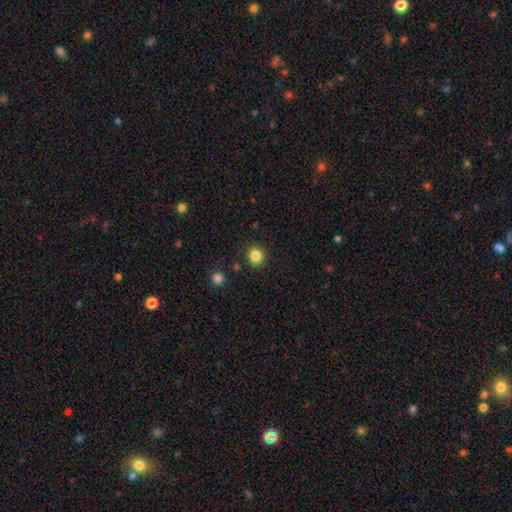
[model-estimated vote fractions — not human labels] Smooth or featured? smooth (84%)
How rounded? round (90%)
Merging? none (90%)